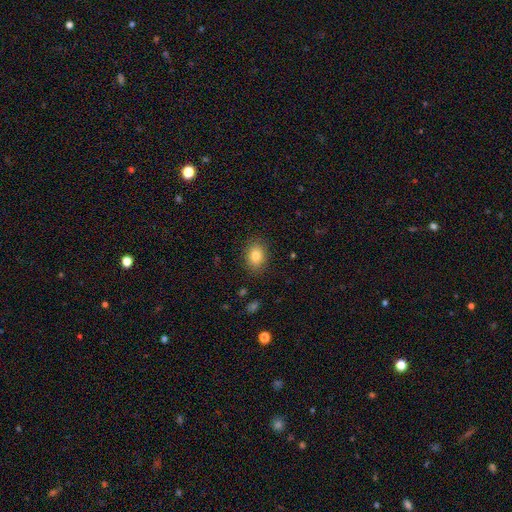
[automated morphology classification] smooth 83%, star or artifact 9%, featured or disk 8%. Down the decision tree: how rounded — in between (69%); merging — none (87%).